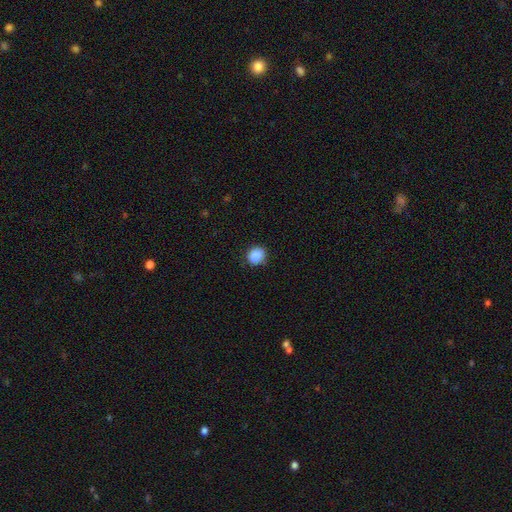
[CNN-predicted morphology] Smooth or featured?
  - smooth: 88% *
  - star or artifact: 9%
  - featured or disk: 3%
How rounded?
  - round: 76% *
  - in between: 23%
  - cigar-shaped: 1%
Merging?
  - none: 85% *
  - minor disturbance: 12%
  - major disturbance: 2%
  - merger: 1%